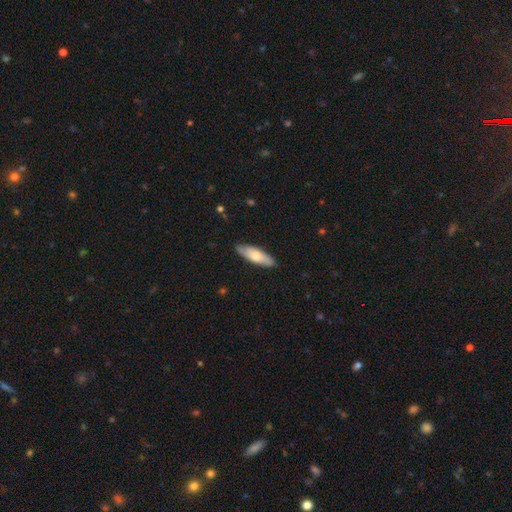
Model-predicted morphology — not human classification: A smooth galaxy with no disk features (61%) that is in between round and cigar-shaped (56%).

Vote fractions:
- Smooth or featured? smooth: 61% / featured or disk: 34% / star or artifact: 5%
- How rounded? in between: 56% / cigar-shaped: 42% / round: 2%
- Merging? none: 84% / minor disturbance: 13% / major disturbance: 2% / merger: 1%